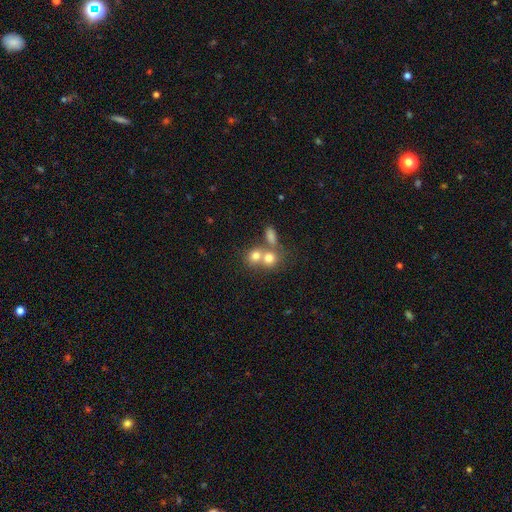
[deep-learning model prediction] A smooth galaxy with no disk features (73%) that is round (73%).

Vote fractions:
- Smooth or featured? smooth: 73% / featured or disk: 15% / star or artifact: 13%
- How rounded? round: 73% / in between: 26% / cigar-shaped: 1%
- Merging? merger: 51% / none: 38% / minor disturbance: 7% / major disturbance: 4%